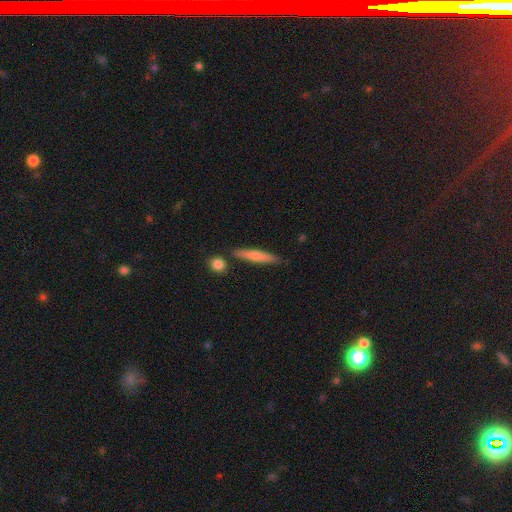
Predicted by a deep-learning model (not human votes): Smooth or featured: smooth — 68% (featured or disk — 26%)
How rounded: cigar-shaped — 90% (in between — 8%)
Merging: none — 81% (minor disturbance — 11%)